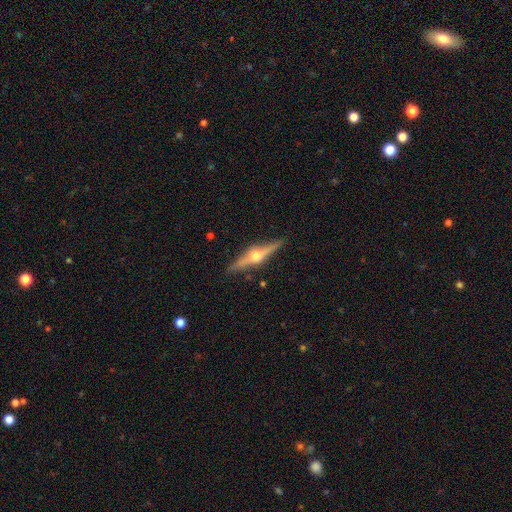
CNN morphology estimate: Smooth or featured: featured or disk — 82% (smooth — 12%)
Edge-on disk: yes — 98% (no — 2%)
Edge-on bulge: rounded — 96% (boxy — 3%)
Merging: none — 90% (minor disturbance — 7%)